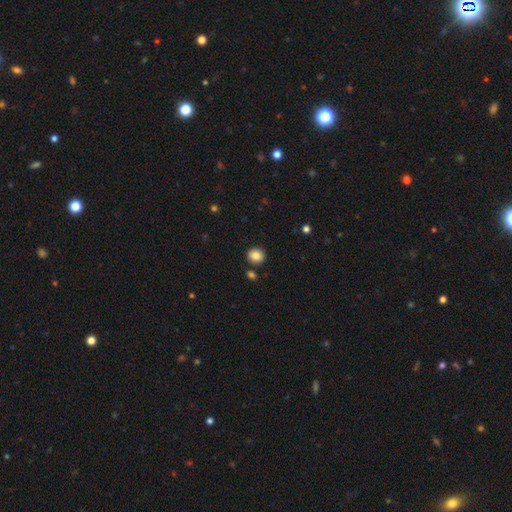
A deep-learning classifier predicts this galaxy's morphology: A smooth galaxy with no disk features (84%) that is round (85%).

Vote fractions:
- Smooth or featured? smooth: 84% / star or artifact: 9% / featured or disk: 6%
- How rounded? round: 85% / in between: 14% / cigar-shaped: 1%
- Merging? none: 87% / minor disturbance: 6% / merger: 5% / major disturbance: 2%